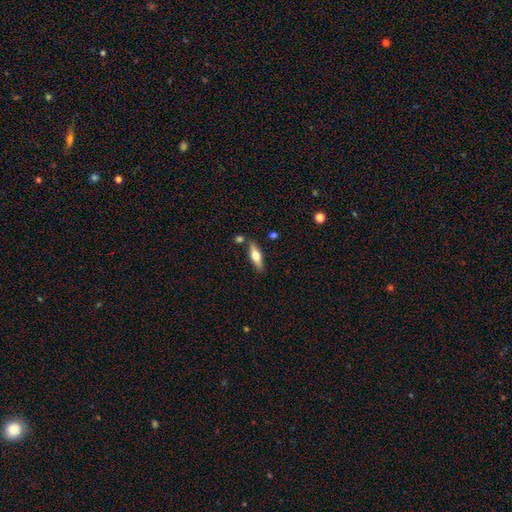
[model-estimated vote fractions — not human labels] smooth_or_featured: smooth (p=0.55) [alt: featured or disk p=0.39]
how_rounded: in between (p=0.50) [alt: cigar-shaped p=0.48]
merging: none (p=0.79) [alt: minor disturbance p=0.11]